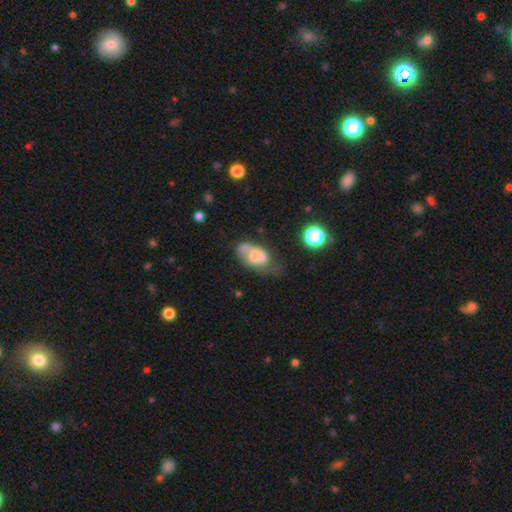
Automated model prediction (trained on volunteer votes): Smooth or featured?
  - smooth: 48% *
  - featured or disk: 41%
  - star or artifact: 10%
Merging?
  - minor disturbance: 29% *
  - none: 28%
  - major disturbance: 26%
  - merger: 17%